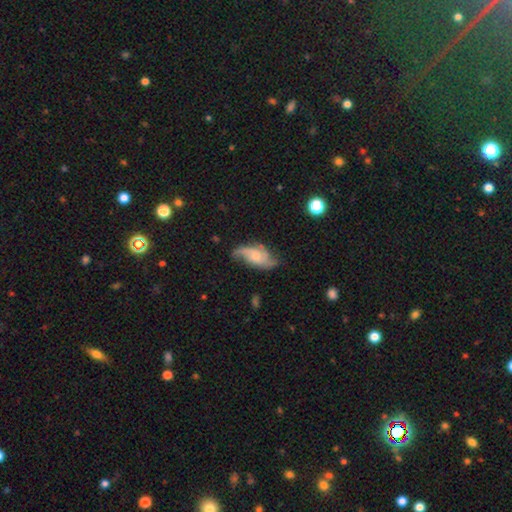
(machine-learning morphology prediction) Overall: featured or disk (75%). Edge-on disk: no (95%). Bar: no (64%; weak 31%). Spiral arms: yes (94%). Spiral arm count: 2 (56%; 3 21%). Spiral winding: loose (50%; medium 37%). Bulge size: small (42%; moderate 39%). Merging: none (60%; minor disturbance 25%).